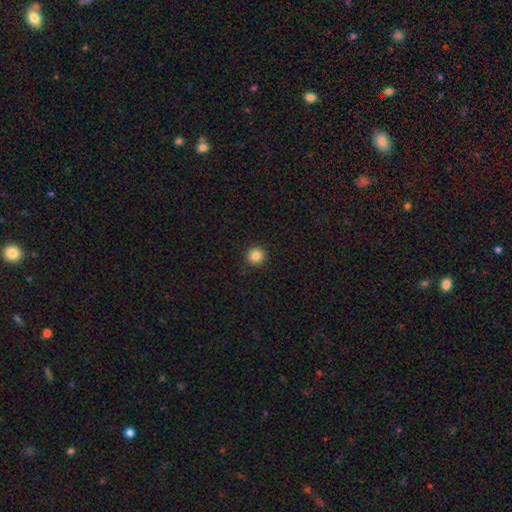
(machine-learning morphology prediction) Overall: smooth (84%). How rounded: round (93%). Merging: none (92%).